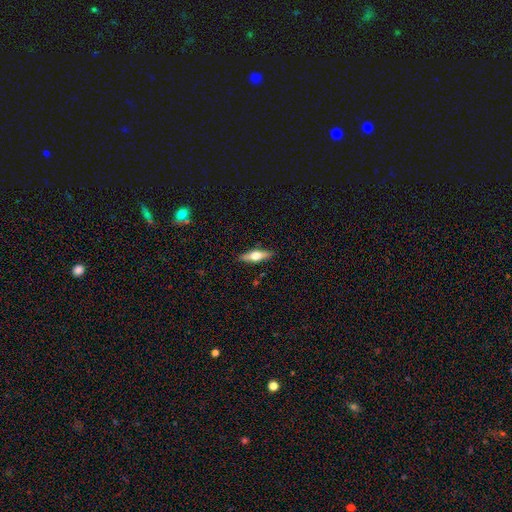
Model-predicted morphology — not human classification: type=featured or disk (53%); edge-on=yes (94%); merging=none (89%).